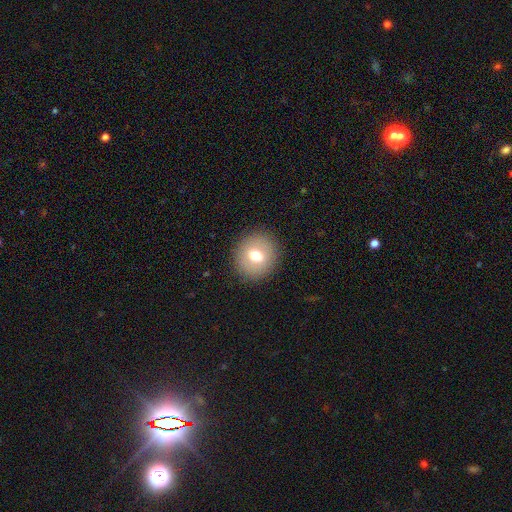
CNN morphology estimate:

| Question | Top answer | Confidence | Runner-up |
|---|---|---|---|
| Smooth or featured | smooth | 67% | featured or disk (23%) |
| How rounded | round | 83% | in between (16%) |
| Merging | none | 89% | minor disturbance (7%) |